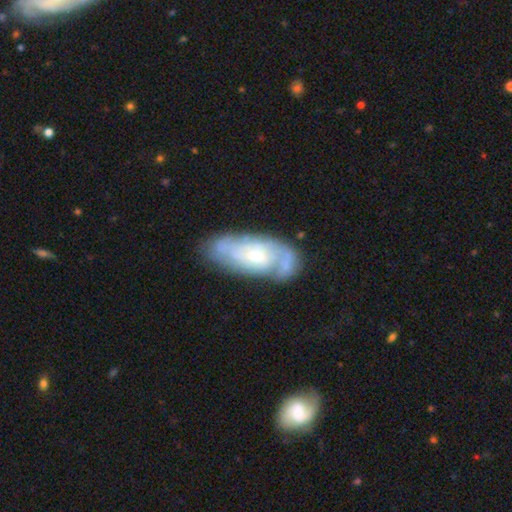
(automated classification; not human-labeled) featured or disk 75%, smooth 20%, star or artifact 6%. Down the decision tree: edge-on disk — no (91%); bar — no (63%); spiral arms — yes (81%); spiral arm count — can't tell (49%); spiral winding — tight (58%); bulge size — small (49%); merging — none (61%).